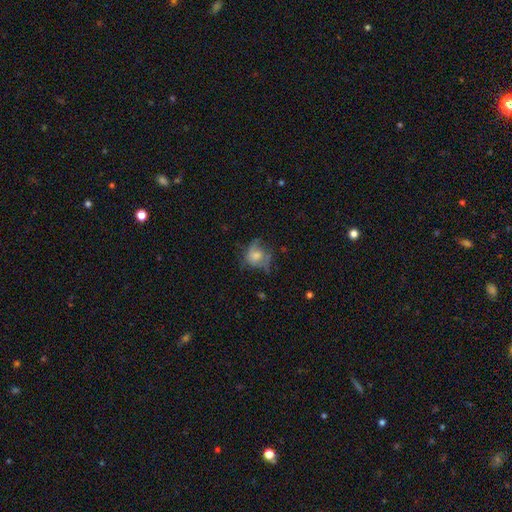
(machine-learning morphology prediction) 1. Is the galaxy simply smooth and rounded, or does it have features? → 54% smooth, 35% featured or disk, 11% star or artifact.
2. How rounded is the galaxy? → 54% round, 44% in between, 1% cigar-shaped.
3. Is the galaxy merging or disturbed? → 39% none, 30% major disturbance, 28% minor disturbance, 3% merger.